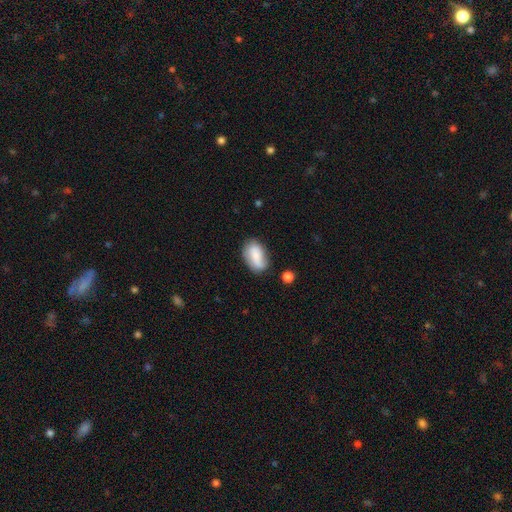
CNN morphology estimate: Smooth or featured? Predicted: smooth (p=0.72). How rounded? Predicted: in between (p=0.91). Merging? Predicted: none (p=0.63).